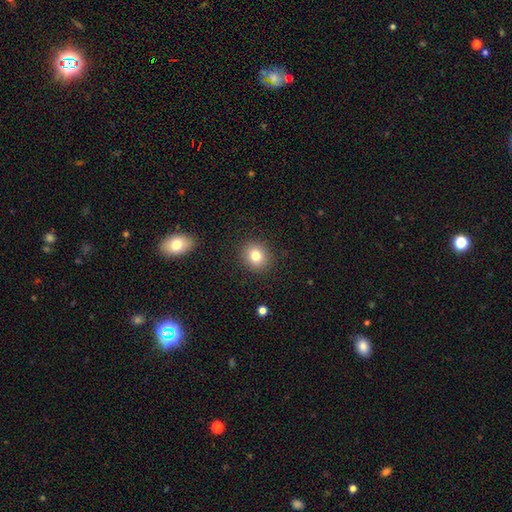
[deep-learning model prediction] smooth 80%, star or artifact 11%, featured or disk 9%. Down the decision tree: how rounded — round (83%); merging — none (90%).